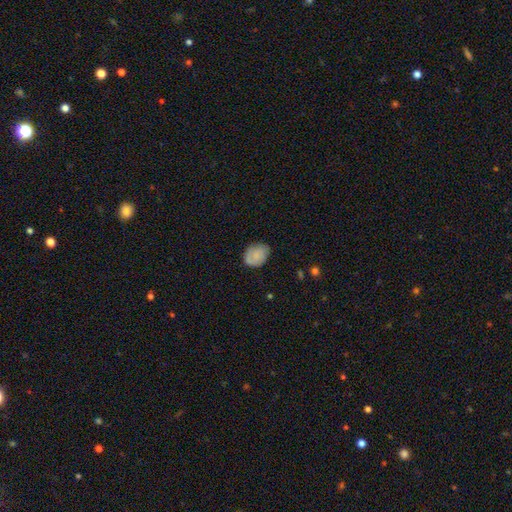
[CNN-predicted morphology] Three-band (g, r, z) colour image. It shows a smooth galaxy with no disk features (68%) that is in between round and cigar-shaped (58%). Merging: none (72%).